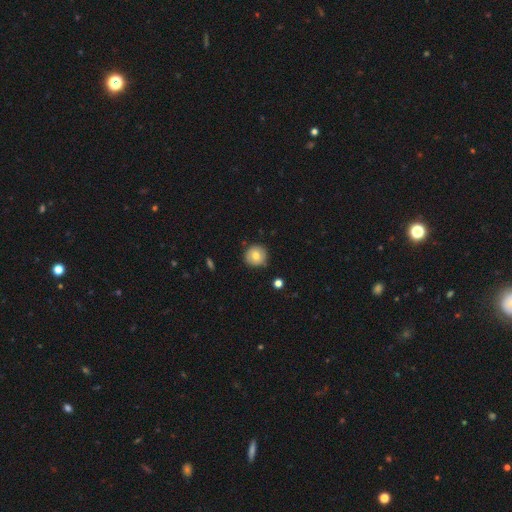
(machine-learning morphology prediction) The model was most divided on "smooth or featured": smooth: 71%, featured or disk: 20%, star or artifact: 9%. More confident: how rounded — round (92%); merging — none (87%).